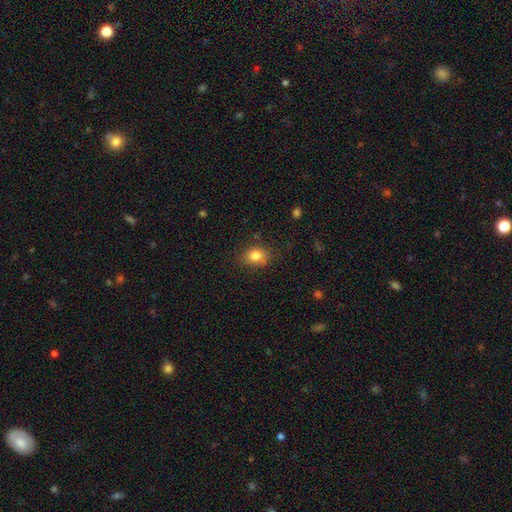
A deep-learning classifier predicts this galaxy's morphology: Smooth or featured?
  - smooth: 83% *
  - star or artifact: 11%
  - featured or disk: 7%
How rounded?
  - in between: 50% *
  - round: 49%
  - cigar-shaped: 1%
Merging?
  - none: 76% *
  - minor disturbance: 18%
  - major disturbance: 4%
  - merger: 2%